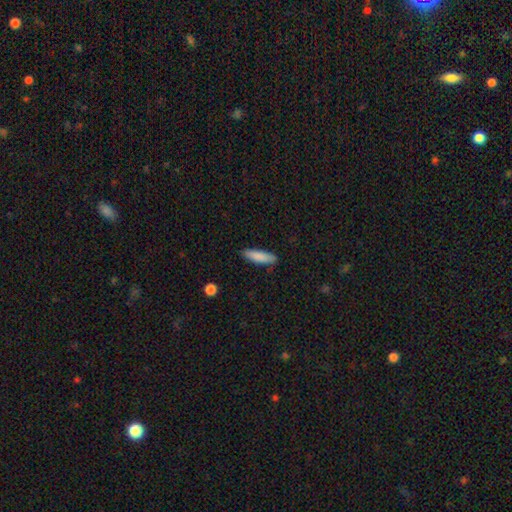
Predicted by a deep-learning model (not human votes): A smooth galaxy with no disk features (85%) that is cigar-shaped (69%). Merging: none (87%).